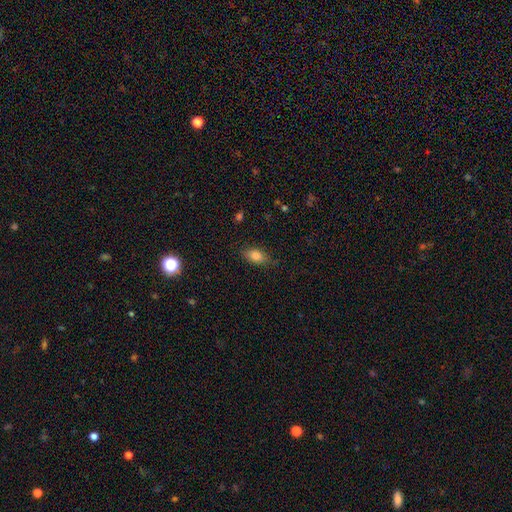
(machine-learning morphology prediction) smooth_or_featured: smooth (p=0.80) [alt: featured or disk p=0.11]
how_rounded: in between (p=0.85) [alt: round p=0.09]
merging: none (p=0.80) [alt: minor disturbance p=0.16]